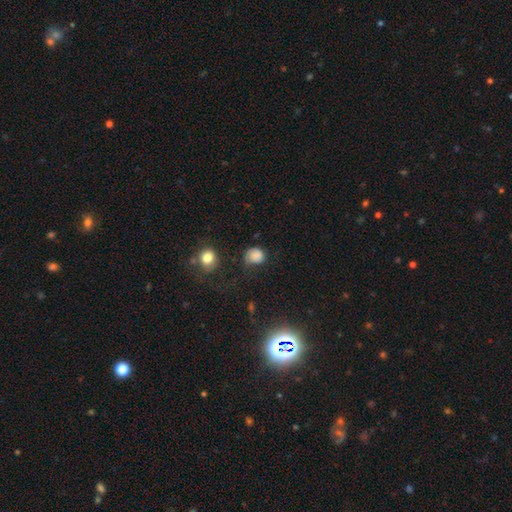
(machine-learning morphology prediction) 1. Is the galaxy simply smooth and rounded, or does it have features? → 81% smooth, 11% star or artifact, 8% featured or disk.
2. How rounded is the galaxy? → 75% round, 24% in between, 1% cigar-shaped.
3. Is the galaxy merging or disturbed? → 50% none, 30% minor disturbance, 16% major disturbance, 4% merger.